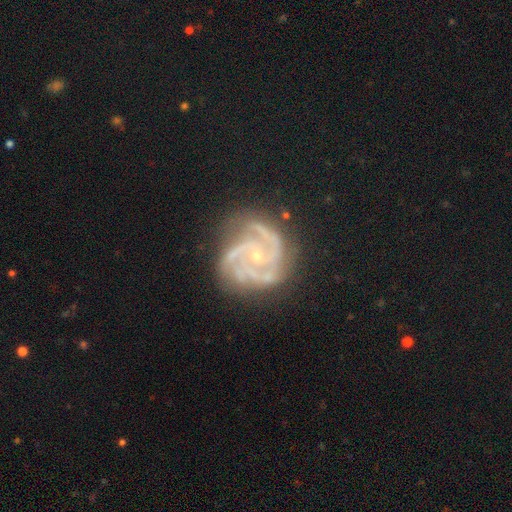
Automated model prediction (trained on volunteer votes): A featured or disk galaxy (89%) with no bar (70%), 3 (54%) tight (57%) spiral arms (98%) and a small central bulge (74%).

Vote fractions:
- Smooth or featured? featured or disk: 89% / star or artifact: 7% / smooth: 4%
- Edge-on disk? no: 98% / yes: 2%
- Bar? no: 70% / weak: 23% / strong: 7%
- Spiral arms? yes: 98% / no: 2%
- Spiral winding? tight: 57% / medium: 38% / loose: 5%
- Spiral arm count? 3: 54% / 4: 17% / 2: 11% / can't tell: 8% / more than 4: 5% / 1: 5%
- Bulge size? small: 74% / moderate: 22% / none: 2% / large: 1% / dominant: 1%
- Merging? none: 72% / minor disturbance: 19% / major disturbance: 8% / merger: 2%